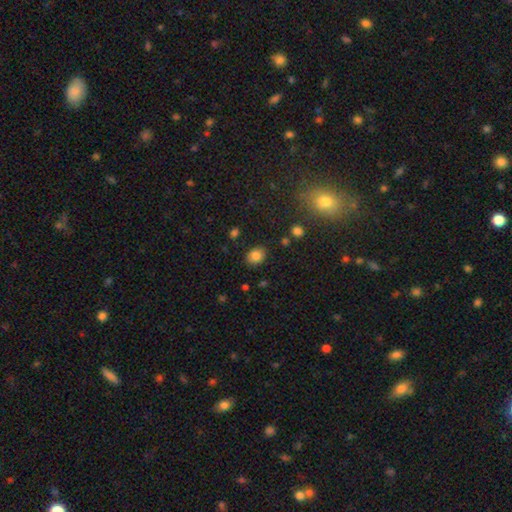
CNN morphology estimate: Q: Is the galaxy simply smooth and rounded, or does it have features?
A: smooth — 83%.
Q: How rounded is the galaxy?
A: in between — 62%.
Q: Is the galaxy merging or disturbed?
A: none — 84%.